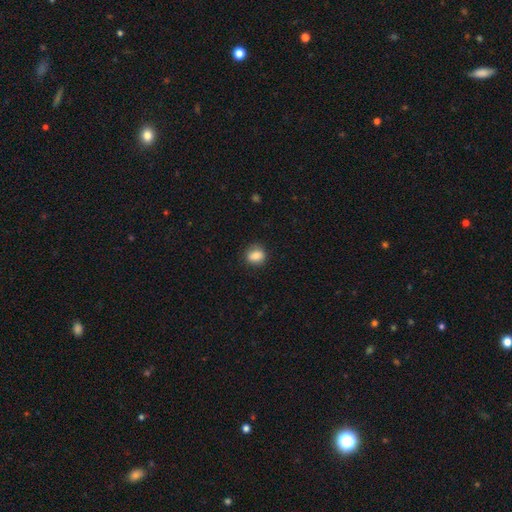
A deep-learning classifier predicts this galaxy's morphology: smooth_or_featured: smooth (p=0.84) [alt: star or artifact p=0.09]
how_rounded: round (p=0.59) [alt: in between p=0.40]
merging: none (p=0.85) [alt: minor disturbance p=0.11]